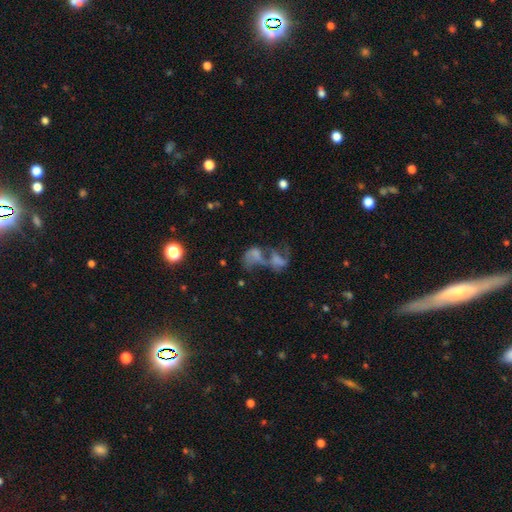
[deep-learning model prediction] Smooth or featured?
  - featured or disk: 43% *
  - smooth: 40%
  - star or artifact: 17%
Merging?
  - merger: 68% *
  - major disturbance: 18%
  - none: 9%
  - minor disturbance: 5%